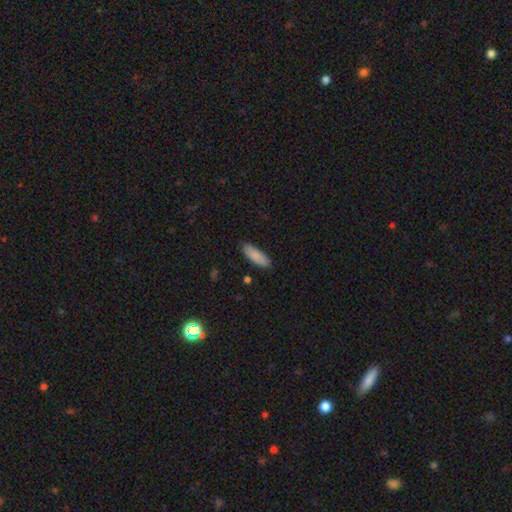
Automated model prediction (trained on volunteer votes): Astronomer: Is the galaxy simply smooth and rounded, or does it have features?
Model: smooth — 88%.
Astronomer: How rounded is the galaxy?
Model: in between — 64%.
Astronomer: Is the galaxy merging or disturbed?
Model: none — 86%.